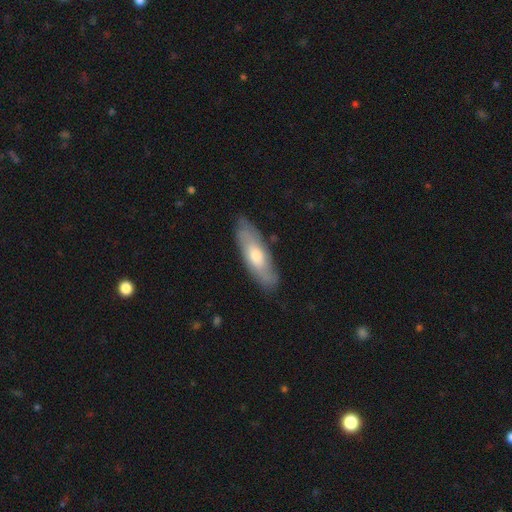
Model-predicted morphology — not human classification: Overall: smooth (49%; featured or disk 45%). Merging: none (80%).